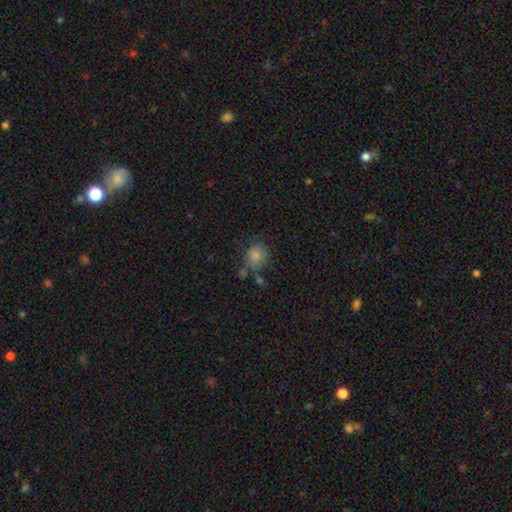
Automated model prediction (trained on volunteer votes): This is likely a smooth galaxy (78%). How rounded: likely round (61%). Merging: possibly none (50%).